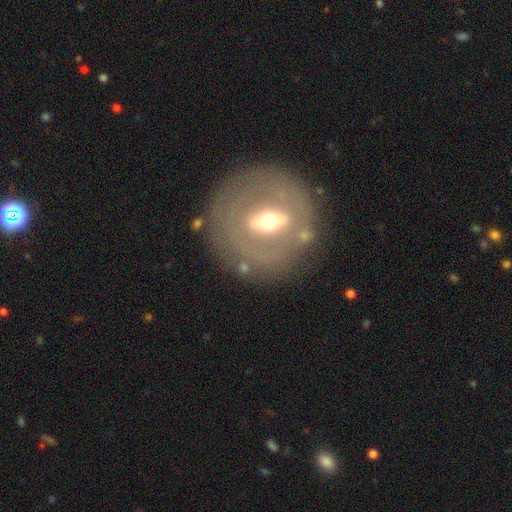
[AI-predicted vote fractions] This is likely a featured or disk galaxy (66%). It is clearly not viewed edge-on (89%). Bar: marginally weak (43%). Spiral arm pattern: likely no (76%). Central bulge: likely moderate (65%). Merging: likely none (79%).